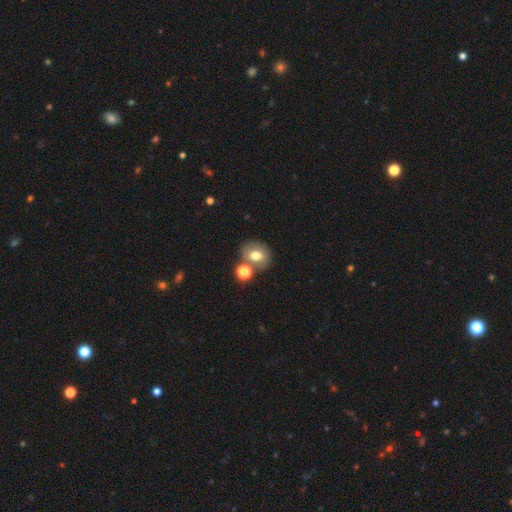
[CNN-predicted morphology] Smooth or featured?
  - smooth: 69% *
  - featured or disk: 20%
  - star or artifact: 11%
How rounded?
  - round: 53% *
  - in between: 46%
  - cigar-shaped: 1%
Merging?
  - none: 59% *
  - merger: 24%
  - minor disturbance: 12%
  - major disturbance: 4%